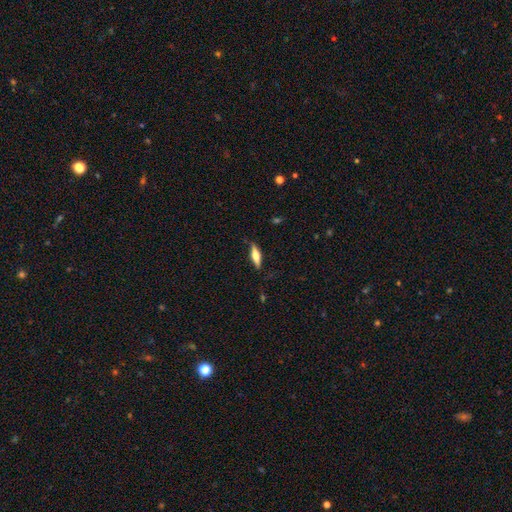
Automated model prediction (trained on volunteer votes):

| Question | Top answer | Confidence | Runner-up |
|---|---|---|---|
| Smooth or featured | smooth | 49% | featured or disk (45%) |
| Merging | none | 82% | minor disturbance (14%) |